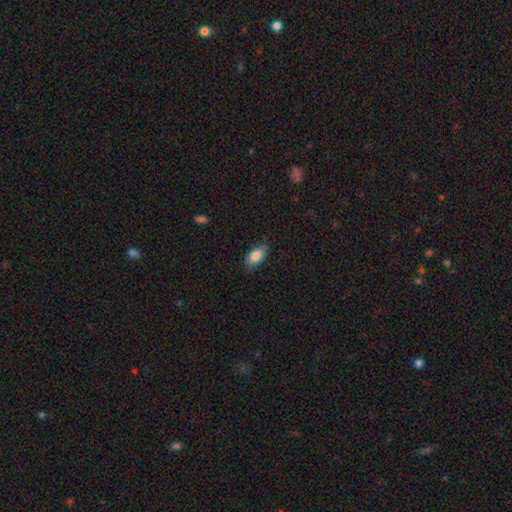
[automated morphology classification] smooth 86%, featured or disk 7%, star or artifact 7%. Down the decision tree: how rounded — in between (91%); merging — none (81%).